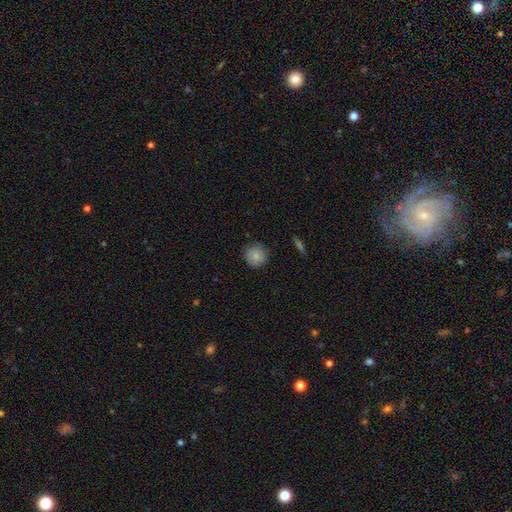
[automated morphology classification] Smooth or featured? smooth (82%)
How rounded? round (94%)
Merging? none (85%)